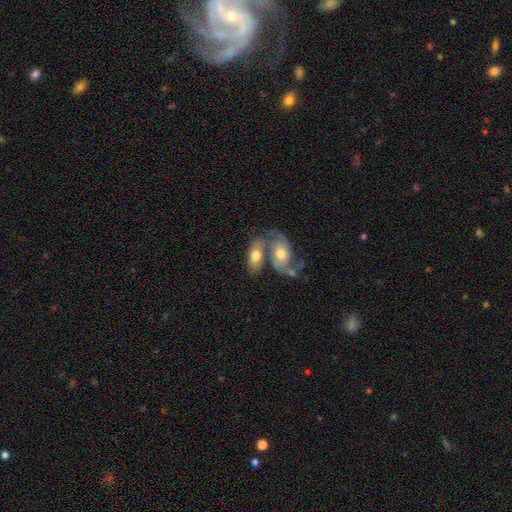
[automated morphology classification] smooth 54%, featured or disk 40%, star or artifact 6%. Down the decision tree: how rounded — in between (91%); merging — merger (59%).